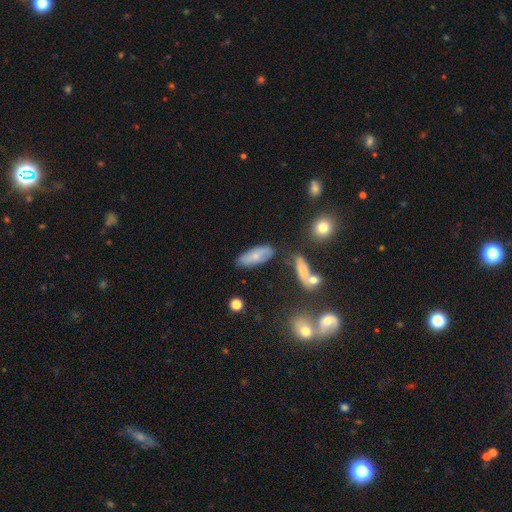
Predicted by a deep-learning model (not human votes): smooth 65%, featured or disk 27%, star or artifact 8%. Down the decision tree: how rounded — in between (75%); merging — none (67%).